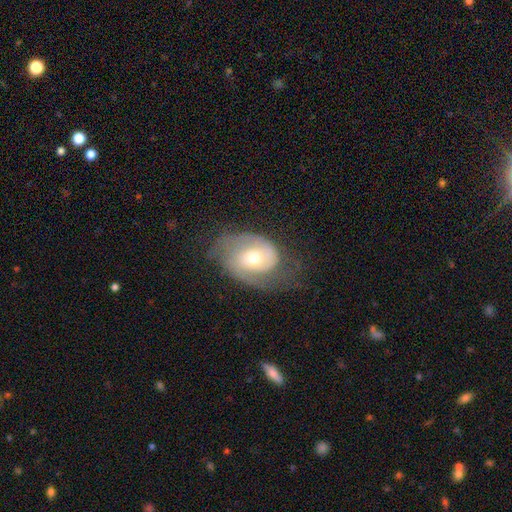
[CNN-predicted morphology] smooth_or_featured: featured or disk (p=0.79) [alt: smooth p=0.15]
disk_edge_on: no (p=0.97) [alt: yes p=0.03]
bar: no (p=0.61) [alt: weak p=0.32]
has_spiral_arms: yes (p=0.92) [alt: no p=0.08]
spiral_winding: tight (p=0.44) [alt: medium p=0.41]
spiral_arm_count: 2 (p=0.67) [alt: can't tell p=0.14]
bulge_size: moderate (p=0.66) [alt: small p=0.25]
merging: none (p=0.60) [alt: minor disturbance p=0.24]